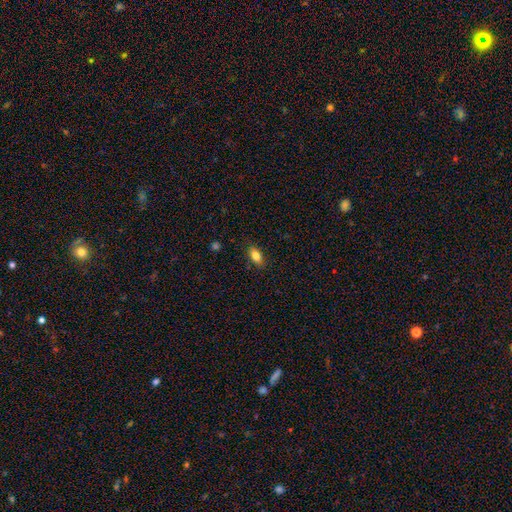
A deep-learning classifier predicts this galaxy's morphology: The model was most divided on "smooth or featured": smooth: 81%, featured or disk: 11%, star or artifact: 8%. More confident: merging — none (86%); how rounded — in between (85%).